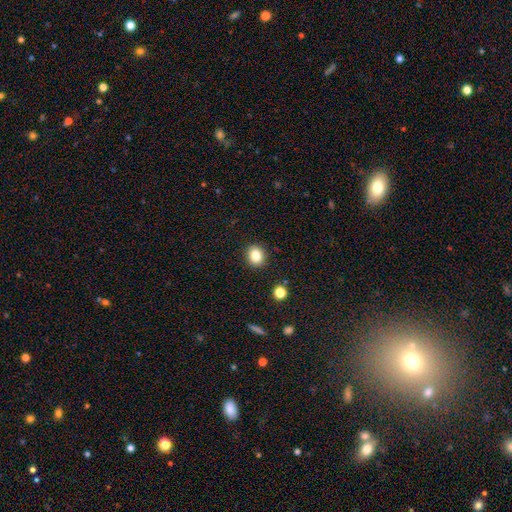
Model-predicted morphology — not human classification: Smooth or featured? smooth (83%)
How rounded? round (67%)
Merging? none (90%)